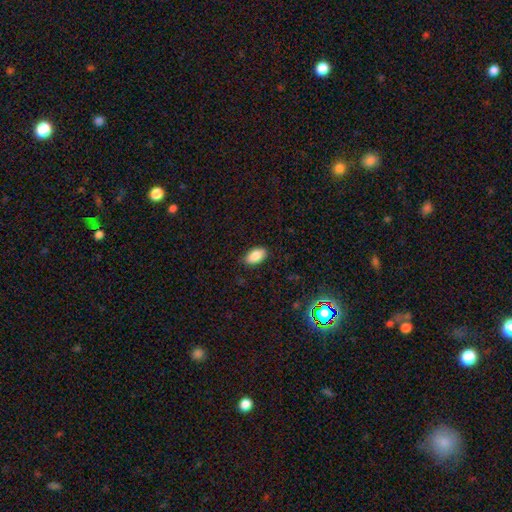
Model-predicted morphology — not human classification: The model was most divided on "merging": none: 86%, minor disturbance: 11%, major disturbance: 2%, merger: 1%. More confident: how rounded — in between (94%); smooth or featured — smooth (87%).